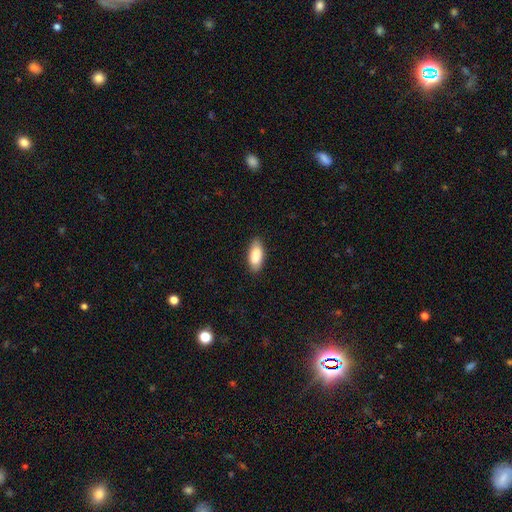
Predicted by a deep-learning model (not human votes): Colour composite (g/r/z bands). It shows a smooth galaxy with no disk features (88%) that is in between round and cigar-shaped (86%). Merging: none (85%).